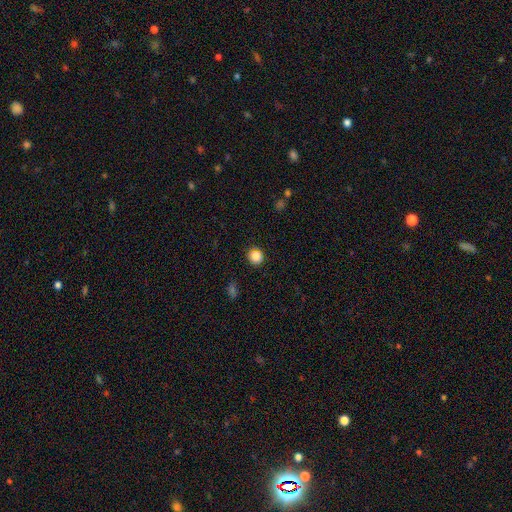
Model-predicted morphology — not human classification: Smooth or featured? smooth (85%)
How rounded? round (88%)
Merging? none (91%)